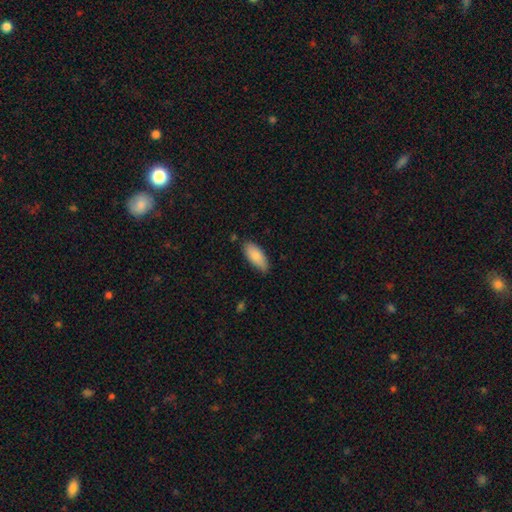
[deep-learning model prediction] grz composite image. It shows a smooth galaxy with no disk features (85%) that is in between round and cigar-shaped (86%). Merging: none (77%).